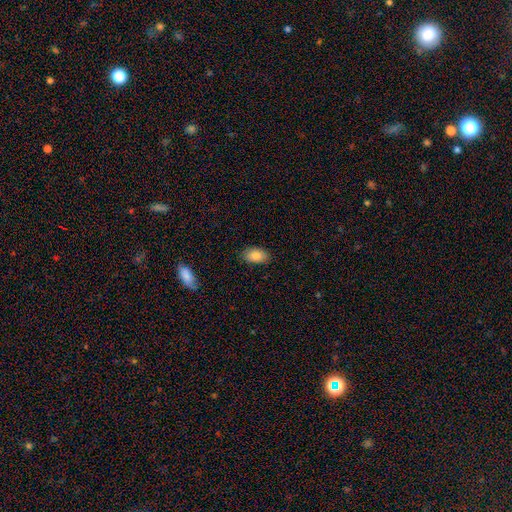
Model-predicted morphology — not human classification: smooth_or_featured: smooth (p=0.87) [alt: star or artifact p=0.07]
how_rounded: in between (p=0.93) [alt: round p=0.06]
merging: none (p=0.84) [alt: minor disturbance p=0.12]